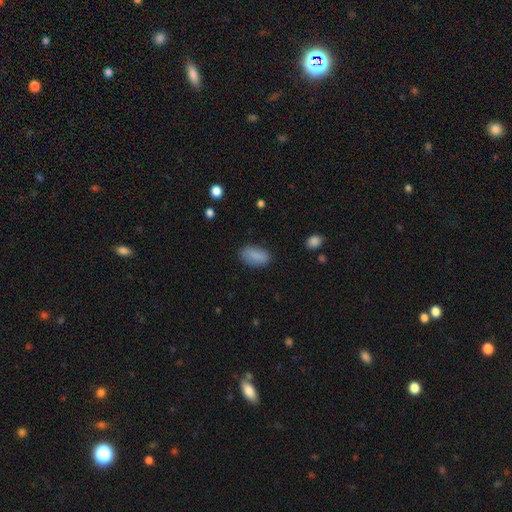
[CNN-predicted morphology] smooth-or-featured: smooth: 87% | star or artifact: 7% | featured or disk: 6%
  how-rounded: in between: 92% | round: 4% | cigar-shaped: 4%
  merging: none: 81% | minor disturbance: 14% | major disturbance: 4% | merger: 1%